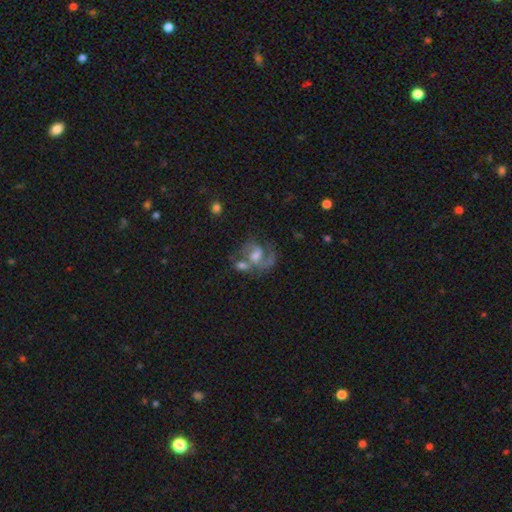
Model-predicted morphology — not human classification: Smooth or featured? featured or disk (74%)
Edge-on disk? no (98%)
Bar? no (48%)
Spiral arms? yes (88%)
Spiral winding? medium (52%)
Spiral arm count? 2 (64%)
Bulge size? moderate (55%)
Merging? none (35%)